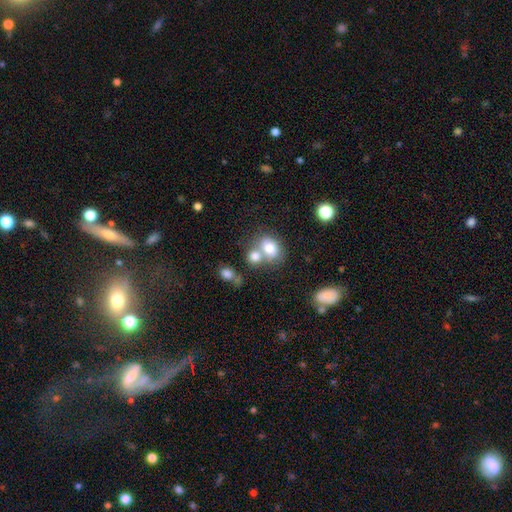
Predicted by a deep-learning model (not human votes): Overall: smooth (58%; star or artifact 24%). How rounded: round (60%; in between 37%). Merging: none (47%; merger 35%).